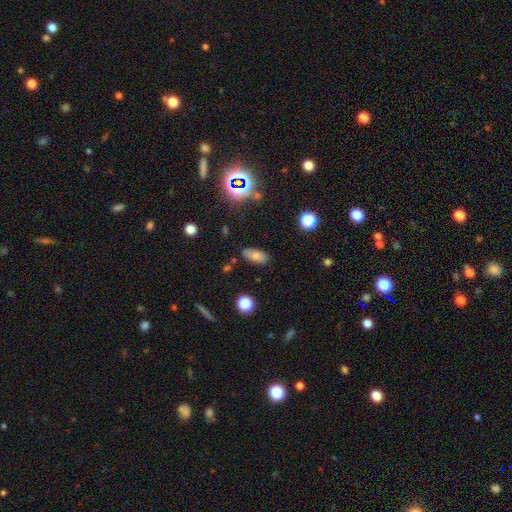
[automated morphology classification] This is likely a smooth galaxy (68%). How rounded: clearly in between (87%). Merging: clearly none (81%).